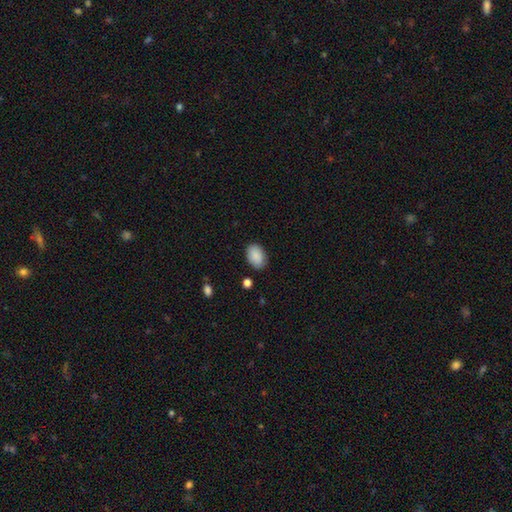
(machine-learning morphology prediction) This appears to be a smooth galaxy with no disk features (89%) that is in between round and cigar-shaped (85%). Merging: none (83%).